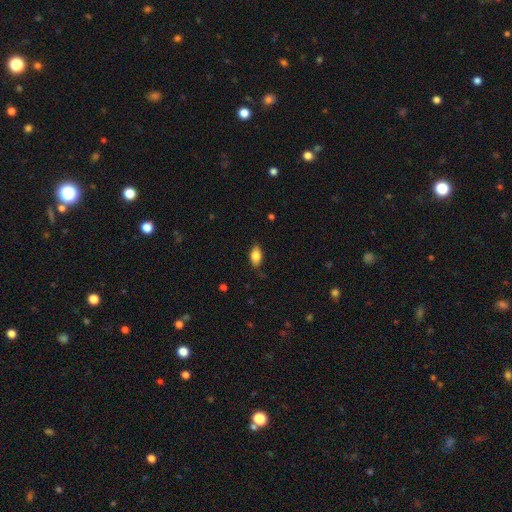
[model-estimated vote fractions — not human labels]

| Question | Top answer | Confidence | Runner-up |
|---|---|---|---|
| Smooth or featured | smooth | 81% | featured or disk (12%) |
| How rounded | in between | 89% | cigar-shaped (5%) |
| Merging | none | 81% | minor disturbance (15%) |